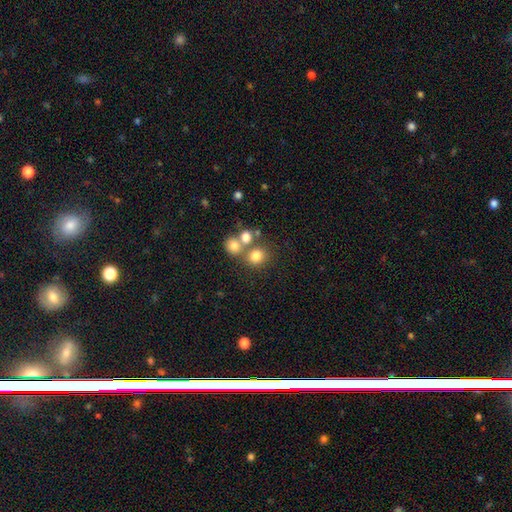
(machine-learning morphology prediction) type=smooth (75%); roundness=round (79%); merging=none (55%).